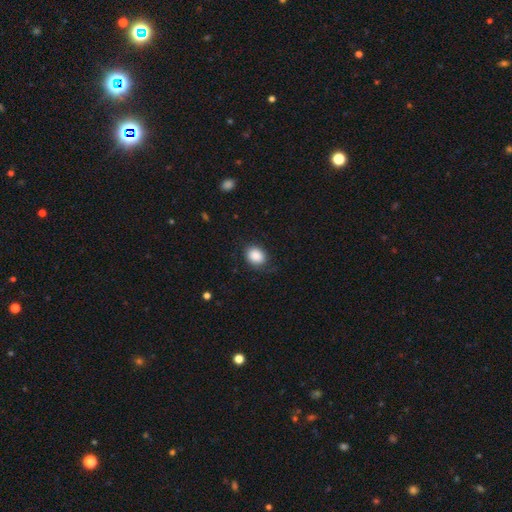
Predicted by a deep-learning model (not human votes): smooth-or-featured: smooth: 88% | star or artifact: 8% | featured or disk: 5%
  how-rounded: in between: 54% | round: 45% | cigar-shaped: 1%
  merging: none: 75% | minor disturbance: 18% | major disturbance: 6% | merger: 1%